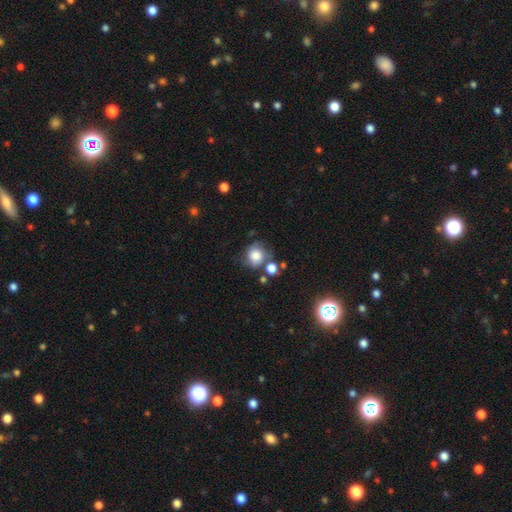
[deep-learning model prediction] Smooth or featured? Predicted: smooth (p=0.63). How rounded? Predicted: round (p=0.78). Merging? Predicted: none (p=0.51).